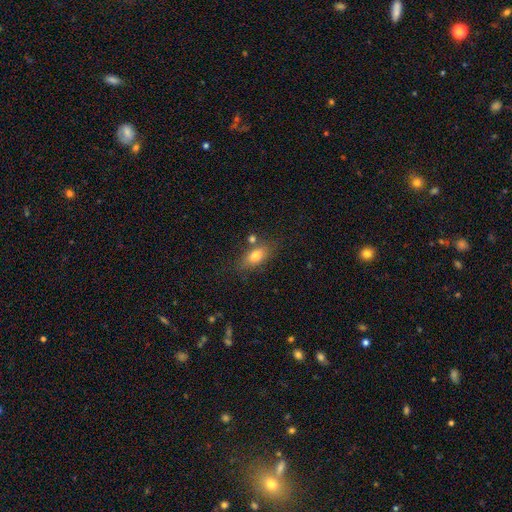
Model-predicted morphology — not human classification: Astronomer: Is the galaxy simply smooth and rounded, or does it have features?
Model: smooth — 75%.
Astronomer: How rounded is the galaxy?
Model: in between — 82%.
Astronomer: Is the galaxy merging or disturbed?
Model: none — 69%.